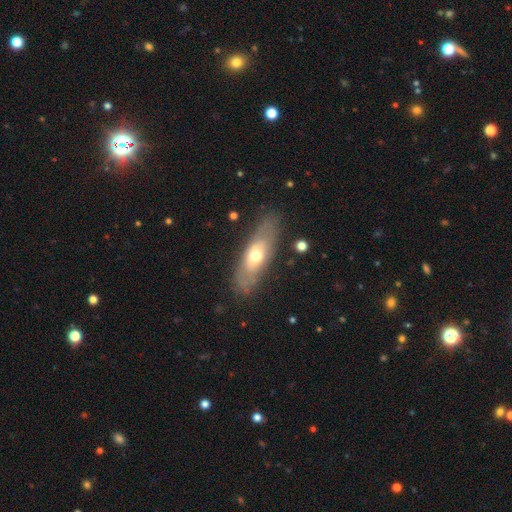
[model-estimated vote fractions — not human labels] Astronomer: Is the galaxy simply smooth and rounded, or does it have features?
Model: featured or disk — 48% (runner-up: smooth, 46%).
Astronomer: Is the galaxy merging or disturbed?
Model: none — 76%.